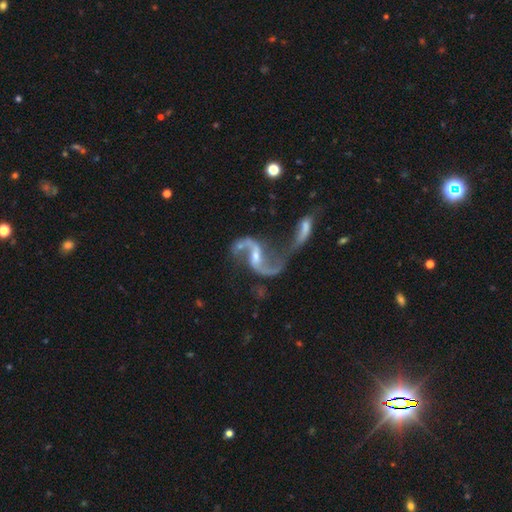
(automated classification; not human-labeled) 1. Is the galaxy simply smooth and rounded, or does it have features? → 90% featured or disk, 6% star or artifact, 4% smooth.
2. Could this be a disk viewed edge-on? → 97% no, 3% yes.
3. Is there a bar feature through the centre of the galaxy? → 44% weak, 29% strong, 27% no.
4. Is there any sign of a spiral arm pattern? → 96% yes, 4% no.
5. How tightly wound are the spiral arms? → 82% loose, 15% medium, 4% tight.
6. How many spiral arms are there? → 92% 2, 3% 1, 2% can't tell, 1% 3, 1% 4, 1% more than 4.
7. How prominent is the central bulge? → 56% small, 32% moderate, 9% none, 2% large, 1% dominant.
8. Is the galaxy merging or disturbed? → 37% merger, 35% none, 14% major disturbance, 14% minor disturbance.